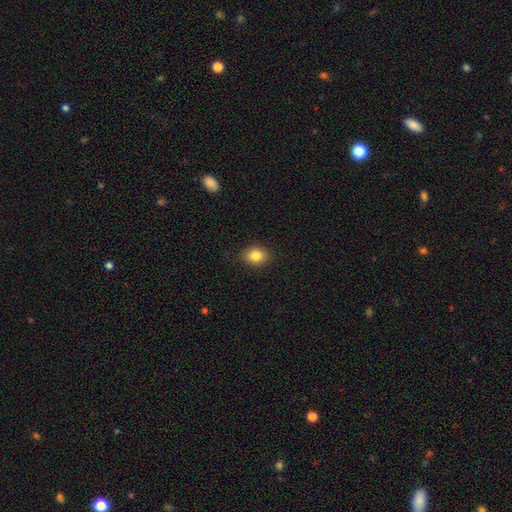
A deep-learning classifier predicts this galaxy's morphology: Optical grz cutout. It shows a smooth galaxy with no disk features (84%) that is in between round and cigar-shaped (58%). Merging: none (88%).